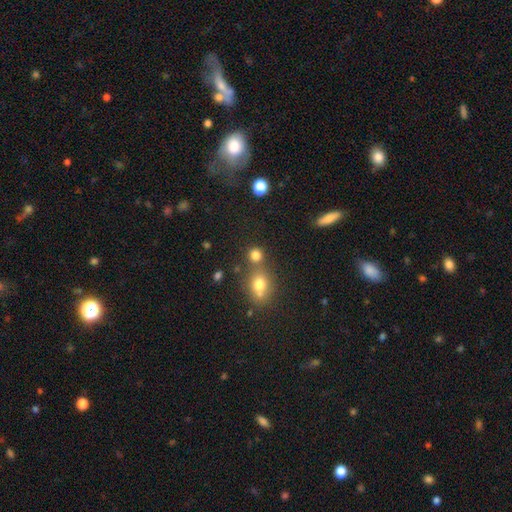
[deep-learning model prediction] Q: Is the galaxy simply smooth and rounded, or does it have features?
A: smooth — 78%.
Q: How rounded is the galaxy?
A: round — 83%.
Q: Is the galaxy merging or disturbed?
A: none — 62%.